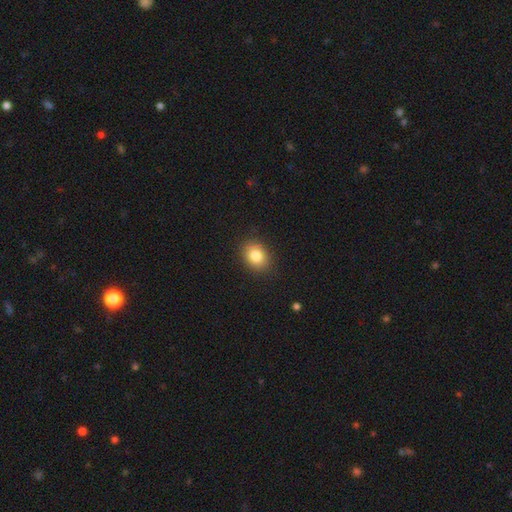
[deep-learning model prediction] Smooth or featured? Predicted: smooth (p=0.84). How rounded? Predicted: in between (p=0.54). Merging? Predicted: none (p=0.87).